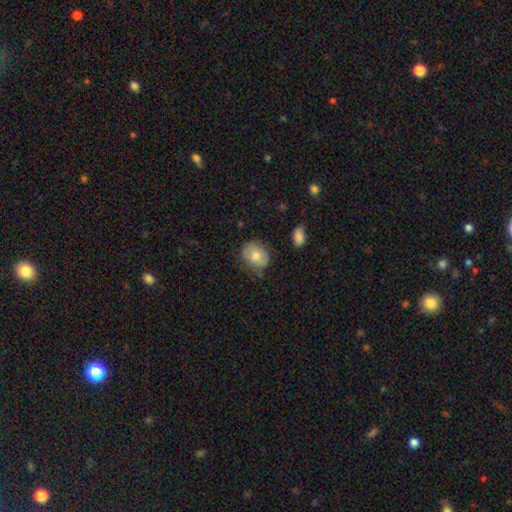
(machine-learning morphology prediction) Smooth or featured: smooth — 72% (featured or disk — 21%)
How rounded: round — 52% (in between — 47%)
Merging: none — 69% (minor disturbance — 23%)